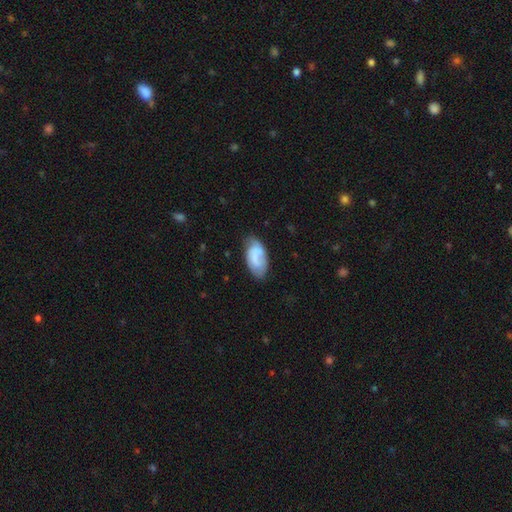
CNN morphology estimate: A smooth galaxy with no disk features (60%) that is in between round and cigar-shaped (94%). Merging: none (64%).